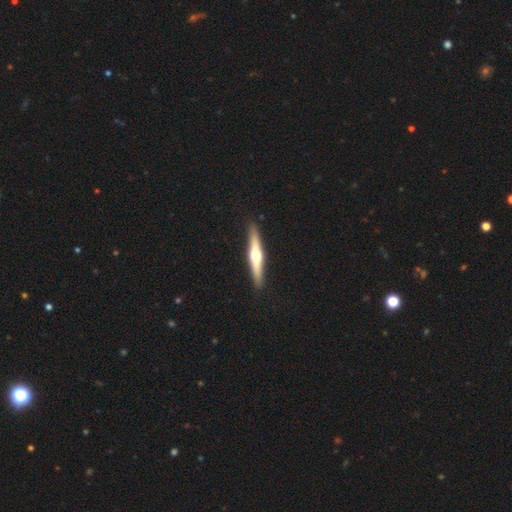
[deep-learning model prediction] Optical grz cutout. It shows a featured or disk galaxy (64%) viewed edge-on (97%) with a rounded central bulge (94%). Merging: none (91%).